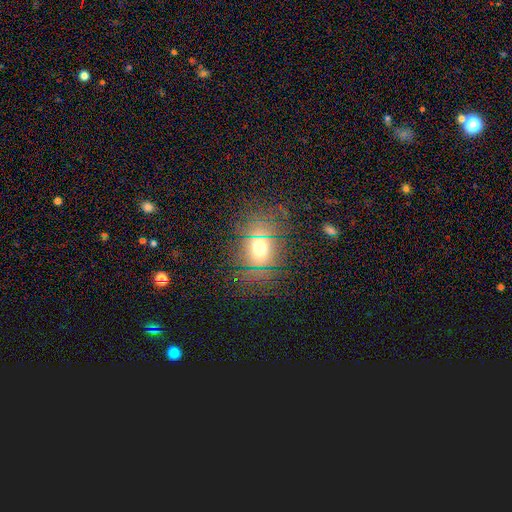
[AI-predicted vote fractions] The model was most divided on "smooth or featured": smooth: 43%, star or artifact: 29%, featured or disk: 28%. More confident: merging — none (76%).